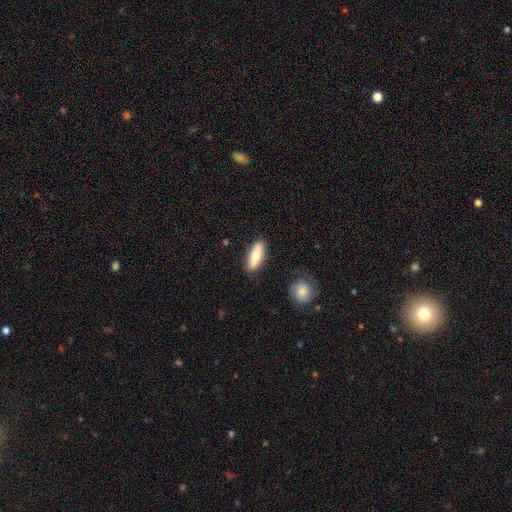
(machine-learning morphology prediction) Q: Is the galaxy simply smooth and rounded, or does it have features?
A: smooth — 79%.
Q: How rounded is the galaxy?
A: in between — 70%.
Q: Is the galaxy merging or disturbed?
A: none — 83%.